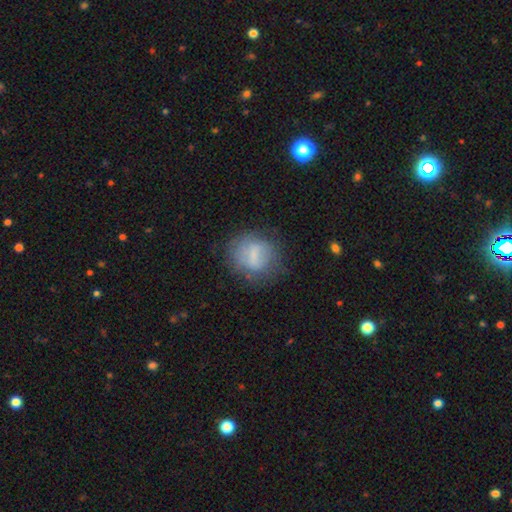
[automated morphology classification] Q: Smooth or featured?
A: smooth (60%); runner-up: featured or disk (29%)
Q: How rounded?
A: round (62%); runner-up: in between (35%)
Q: Merging?
A: none (72%); runner-up: minor disturbance (18%)